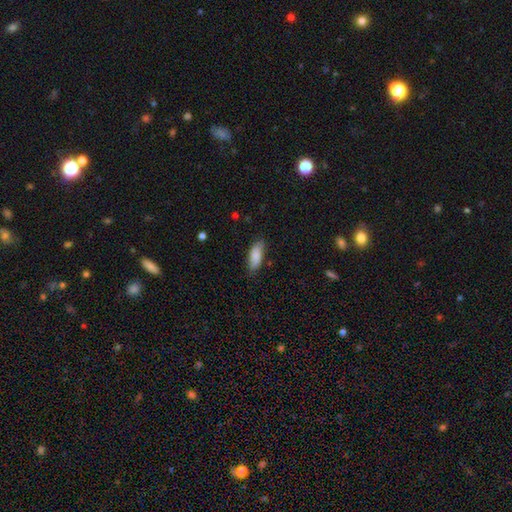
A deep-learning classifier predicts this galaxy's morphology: This is clearly a smooth galaxy (87%). How rounded: likely in between (79%). Merging: likely none (78%).